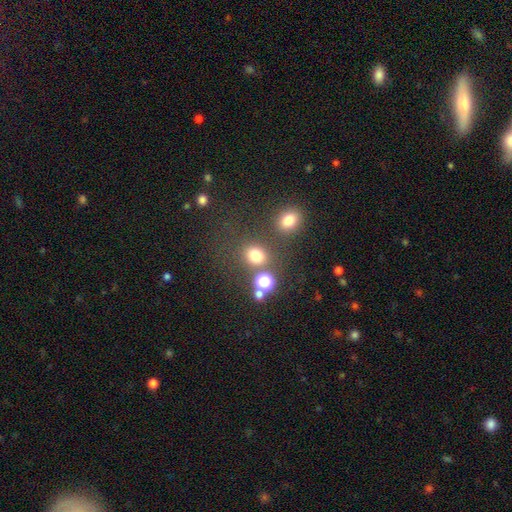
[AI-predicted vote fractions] smooth 74%, star or artifact 19%, featured or disk 7%. Down the decision tree: how rounded — round (67%); merging — none (69%).